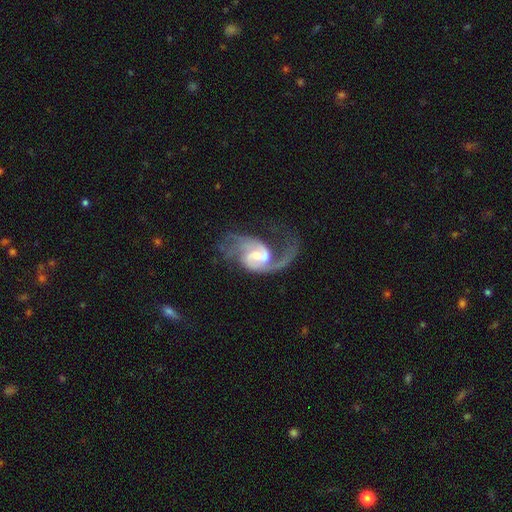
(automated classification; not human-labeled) Morphology: type=featured or disk (89%); edge-on=no (98%); bar=weak (50%); spiral arms=yes (96%); winding=loose (49%); arm count=2 (76%); bulge=small (40%, tied with moderate); merging=none (43%).